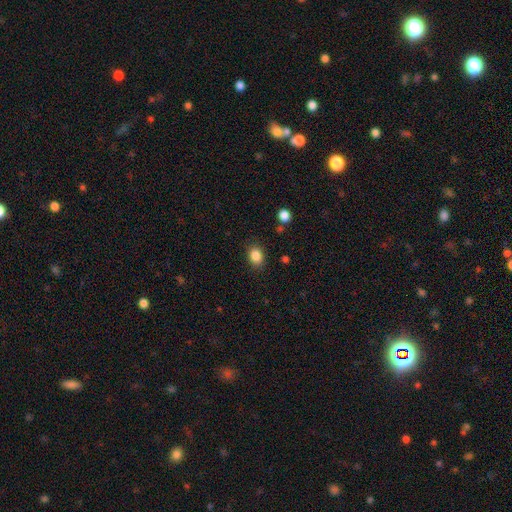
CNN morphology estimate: smooth_or_featured: smooth (p=0.86) [alt: star or artifact p=0.10]
how_rounded: in between (p=0.57) [alt: round p=0.42]
merging: none (p=0.85) [alt: minor disturbance p=0.10]